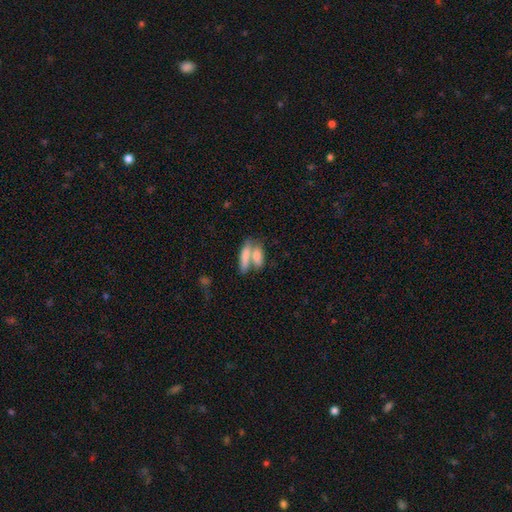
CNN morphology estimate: A smooth galaxy with no disk features (77%) that is in between round and cigar-shaped (66%).

Vote fractions:
- Smooth or featured? smooth: 77% / featured or disk: 16% / star or artifact: 7%
- How rounded? in between: 66% / cigar-shaped: 29% / round: 5%
- Merging? merger: 56% / none: 32% / minor disturbance: 8% / major disturbance: 4%